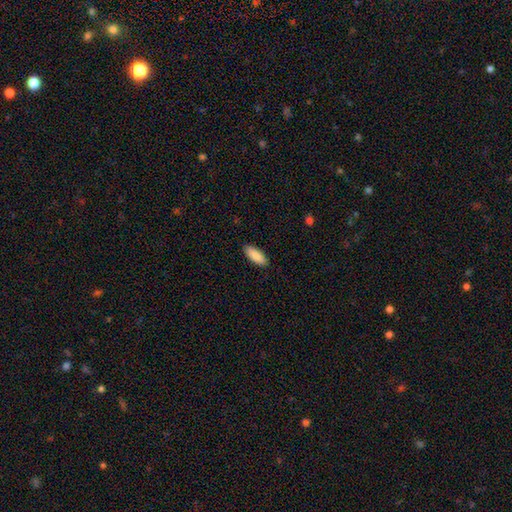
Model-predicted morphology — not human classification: The model was most divided on "how rounded": in between: 77%, cigar-shaped: 21%, round: 2%. More confident: merging — none (90%); smooth or featured — smooth (88%).